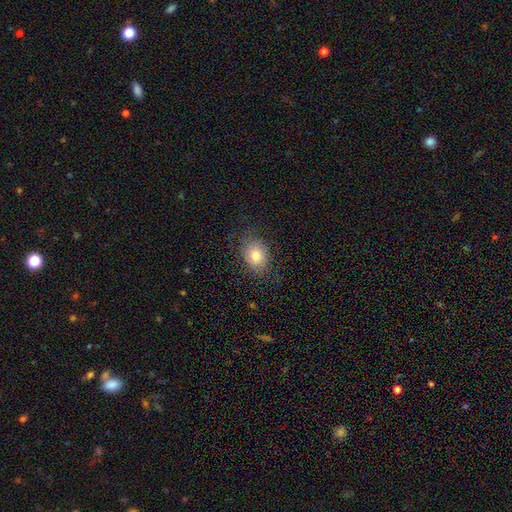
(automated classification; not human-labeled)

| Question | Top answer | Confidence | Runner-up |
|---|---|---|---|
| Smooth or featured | smooth | 69% | featured or disk (22%) |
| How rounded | in between | 61% | round (38%) |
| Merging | none | 72% | minor disturbance (19%) |